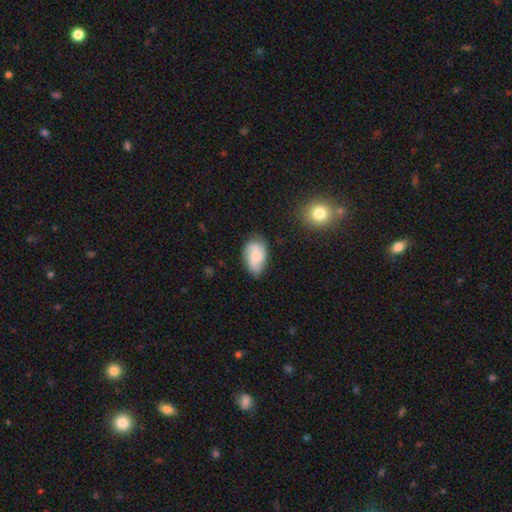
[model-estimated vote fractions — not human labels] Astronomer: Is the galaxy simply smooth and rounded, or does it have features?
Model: smooth — 49% (runner-up: featured or disk, 43%).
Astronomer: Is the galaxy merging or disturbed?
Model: none — 67%.